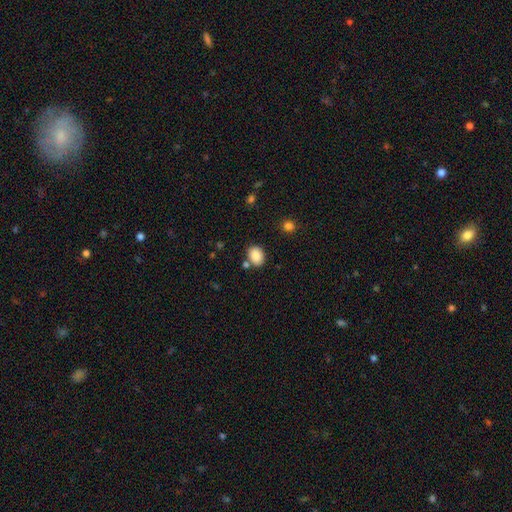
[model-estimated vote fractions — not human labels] Smooth or featured: smooth — 88% (star or artifact — 9%)
How rounded: in between — 65% (round — 34%)
Merging: none — 76% (minor disturbance — 12%)